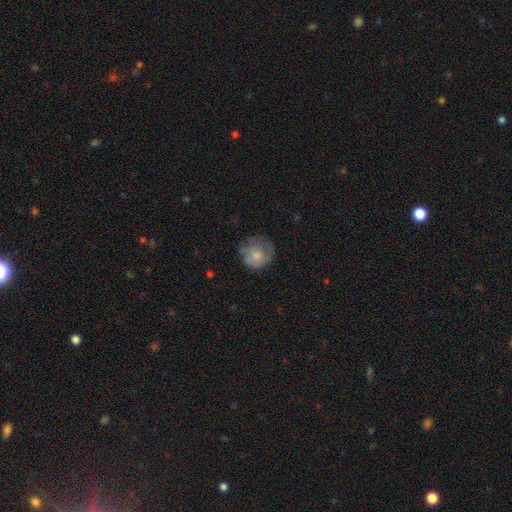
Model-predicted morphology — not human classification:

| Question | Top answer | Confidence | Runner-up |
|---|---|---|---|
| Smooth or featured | smooth | 63% | featured or disk (29%) |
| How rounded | round | 85% | in between (14%) |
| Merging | none | 57% | minor disturbance (27%) |